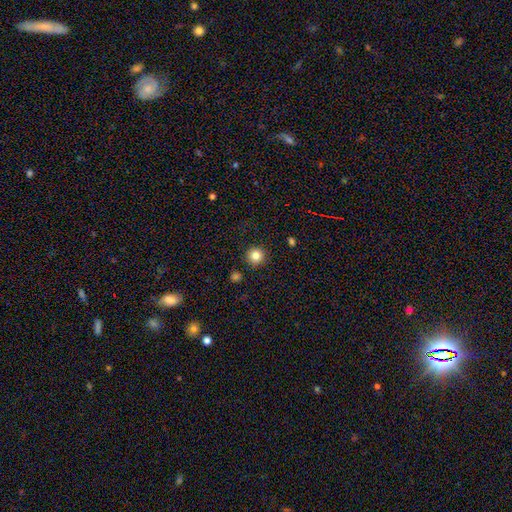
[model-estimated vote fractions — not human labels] A smooth galaxy with no disk features (84%) that is round (95%).

Vote fractions:
- Smooth or featured? smooth: 84% / star or artifact: 11% / featured or disk: 5%
- How rounded? round: 95% / in between: 4% / cigar-shaped: 1%
- Merging? none: 91% / minor disturbance: 6% / major disturbance: 2% / merger: 2%